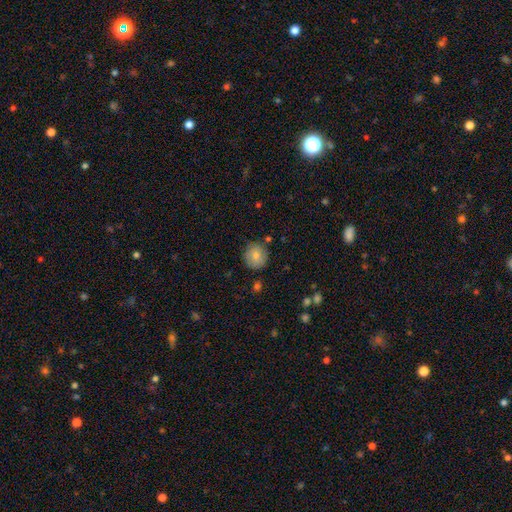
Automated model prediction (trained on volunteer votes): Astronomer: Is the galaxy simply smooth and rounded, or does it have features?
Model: smooth — 79%.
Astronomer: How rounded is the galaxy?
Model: round — 87%.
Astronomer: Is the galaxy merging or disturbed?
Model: none — 80%.